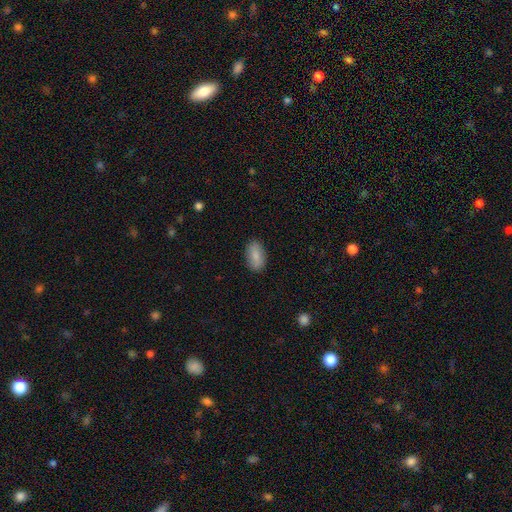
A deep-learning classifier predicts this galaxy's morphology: Smooth or featured? Predicted: smooth (p=0.83). How rounded? Predicted: in between (p=0.91). Merging? Predicted: none (p=0.87).